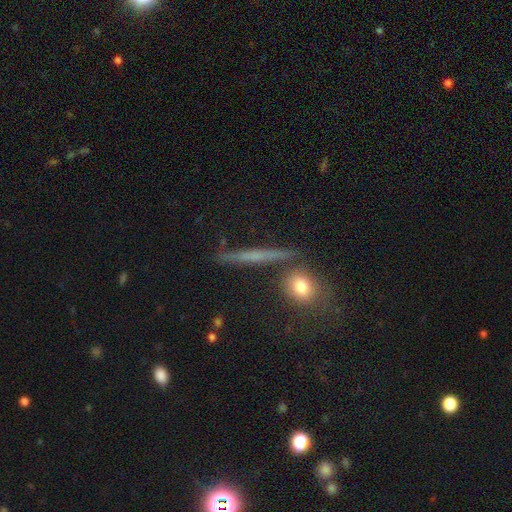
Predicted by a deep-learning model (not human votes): featured or disk 52%, smooth 37%, star or artifact 11%. Down the decision tree: edge-on disk — yes (92%); merging — none (81%).